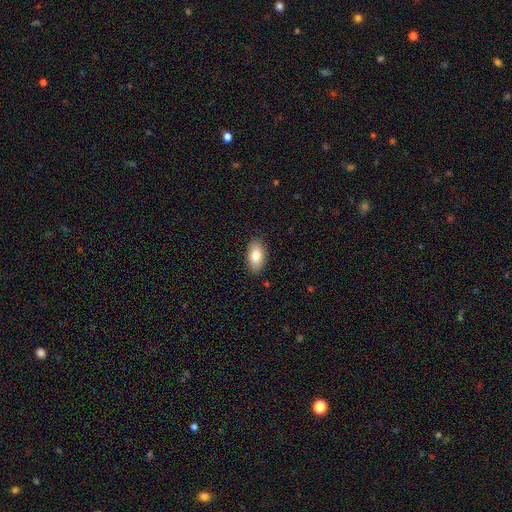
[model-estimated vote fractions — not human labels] A smooth galaxy with no disk features (82%) that is in between round and cigar-shaped (92%).

Vote fractions:
- Smooth or featured? smooth: 82% / featured or disk: 11% / star or artifact: 7%
- How rounded? in between: 92% / round: 4% / cigar-shaped: 3%
- Merging? none: 86% / minor disturbance: 10% / major disturbance: 2% / merger: 1%